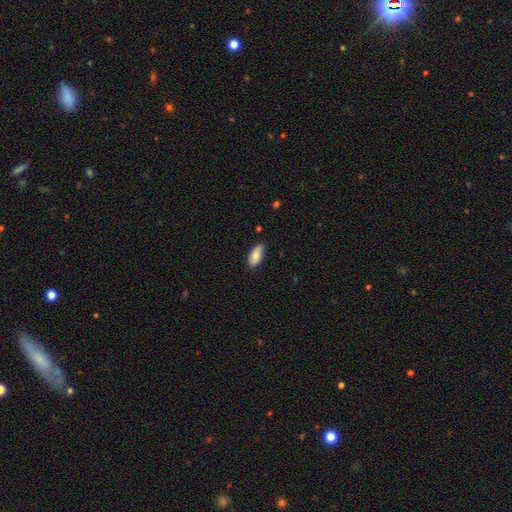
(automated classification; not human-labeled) A smooth galaxy with no disk features (82%) that is in between round and cigar-shaped (89%).

Vote fractions:
- Smooth or featured? smooth: 82% / featured or disk: 12% / star or artifact: 6%
- How rounded? in between: 89% / cigar-shaped: 9% / round: 2%
- Merging? none: 78% / minor disturbance: 18% / major disturbance: 2% / merger: 1%